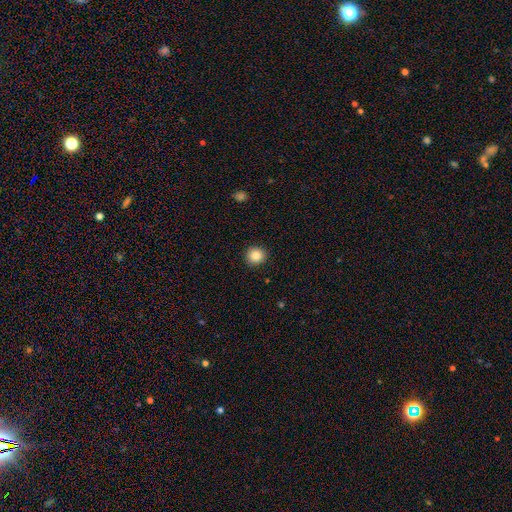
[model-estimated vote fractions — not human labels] smooth-or-featured: smooth: 86% | star or artifact: 10% | featured or disk: 4%
  how-rounded: round: 92% | in between: 7% | cigar-shaped: 1%
  merging: none: 91% | minor disturbance: 6% | major disturbance: 2% | merger: 1%